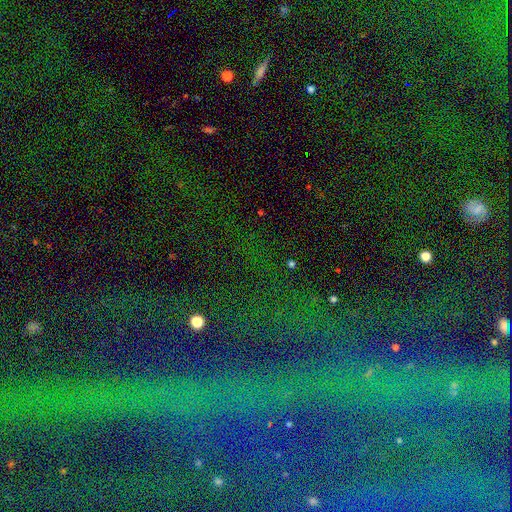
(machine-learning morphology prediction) smooth-or-featured: star or artifact: 79% | featured or disk: 11% | smooth: 10%